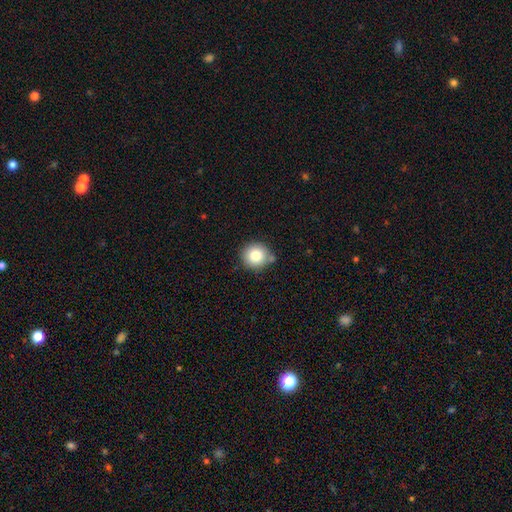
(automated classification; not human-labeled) This is clearly a smooth galaxy (83%). How rounded: clearly round (91%). Merging: likely none (77%).